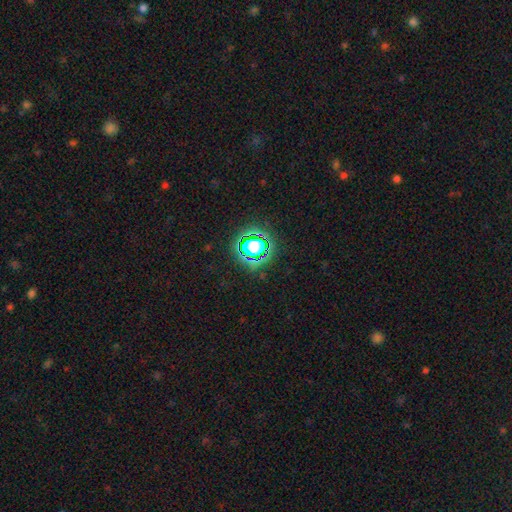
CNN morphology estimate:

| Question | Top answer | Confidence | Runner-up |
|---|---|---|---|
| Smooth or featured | star or artifact | 74% | smooth (17%) |